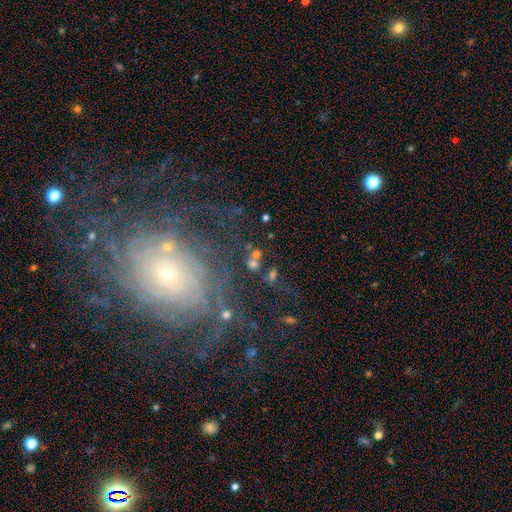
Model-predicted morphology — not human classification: Smooth or featured? featured or disk (63%)
Edge-on disk? no (95%)
Bar? no (66%)
Spiral arms? yes (85%)
Spiral winding? tight (63%)
Spiral arm count? can't tell (36%)
Bulge size? small (68%)
Merging? none (66%)